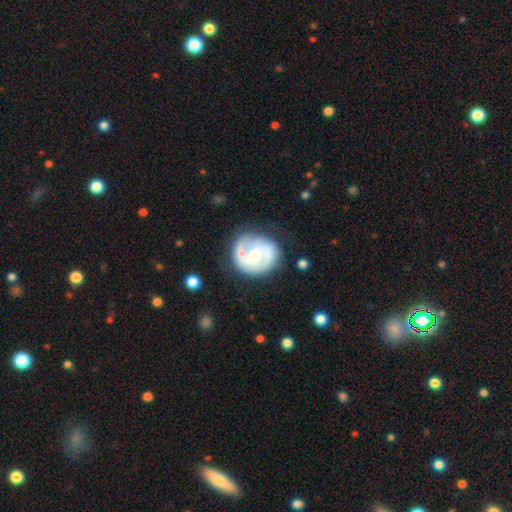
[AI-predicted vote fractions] smooth-or-featured: featured or disk: 77% | smooth: 18% | star or artifact: 5%
  disk-edge-on: no: 98% | yes: 2%
    bar: weak: 45% | no: 42% | strong: 14%
    has-spiral-arms: yes: 86% | no: 14%
      spiral-winding: medium: 46% | tight: 36% | loose: 18%
      spiral-arm-count: 2: 72% | can't tell: 12% | 3: 6% | 1: 6% | 4: 2% | more than 4: 1%
    bulge-size: moderate: 54% | small: 35% | large: 6% | none: 5% | dominant: 1%
  merging: none: 64% | minor disturbance: 20% | major disturbance: 10% | merger: 6%